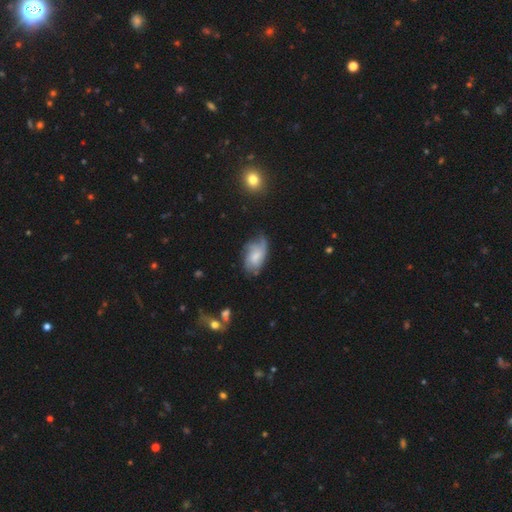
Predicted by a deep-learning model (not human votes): smooth_or_featured: featured or disk (p=0.57) [alt: smooth p=0.36]
disk_edge_on: no (p=0.95) [alt: yes p=0.05]
bar: no (p=0.66) [alt: weak p=0.30]
has_spiral_arms: yes (p=0.86) [alt: no p=0.14]
bulge_size: small (p=0.40) [alt: moderate p=0.38]
merging: none (p=0.54) [alt: minor disturbance p=0.29]